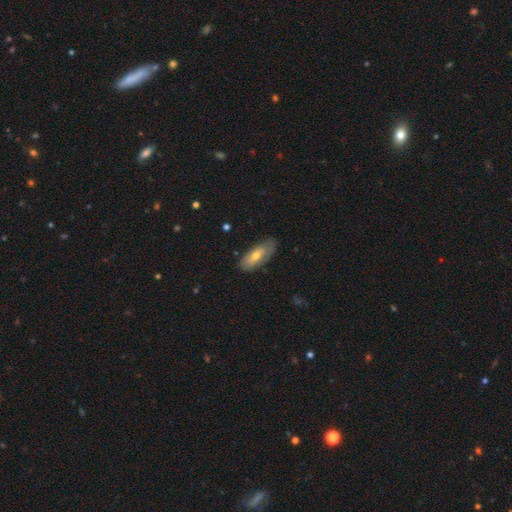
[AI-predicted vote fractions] This appears to be a smooth galaxy with no disk features (59%) that is in between round and cigar-shaped (73%). Merging: none (76%).